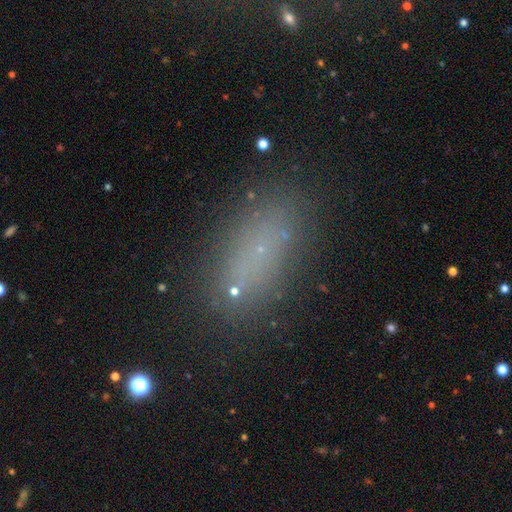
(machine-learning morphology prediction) This is likely a smooth galaxy (63%). How rounded: likely in between (76%). Merging: likely none (72%).